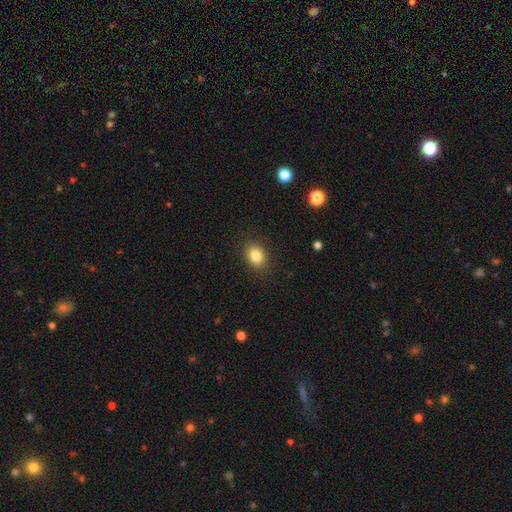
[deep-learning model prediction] The model was most divided on "how rounded": round: 50%, in between: 49%, cigar-shaped: 1%. More confident: merging — none (88%); smooth or featured — smooth (83%).